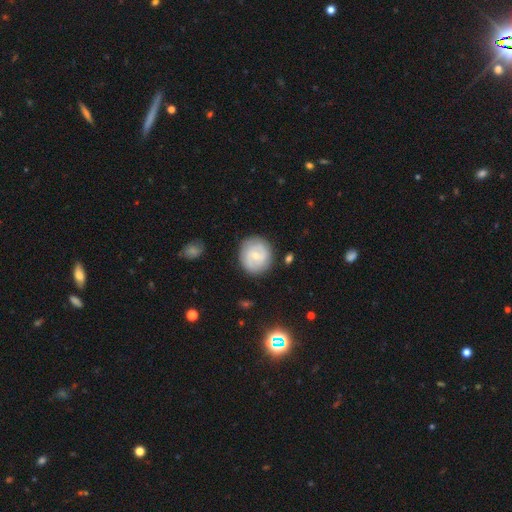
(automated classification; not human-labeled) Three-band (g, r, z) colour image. It shows a featured or disk galaxy (58%) with no bar (50%), spiral arms (83%) and a small central bulge (63%). Merging: none (83%).